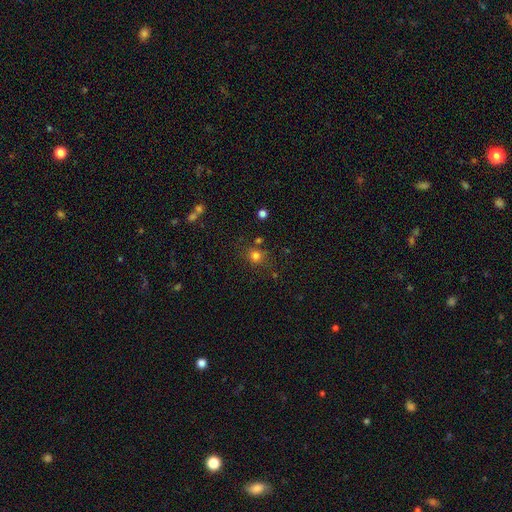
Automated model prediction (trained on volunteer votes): Smooth or featured?
  - smooth: 77% *
  - star or artifact: 17%
  - featured or disk: 7%
How rounded?
  - round: 81% *
  - in between: 18%
  - cigar-shaped: 1%
Merging?
  - none: 76% *
  - minor disturbance: 13%
  - merger: 7%
  - major disturbance: 4%